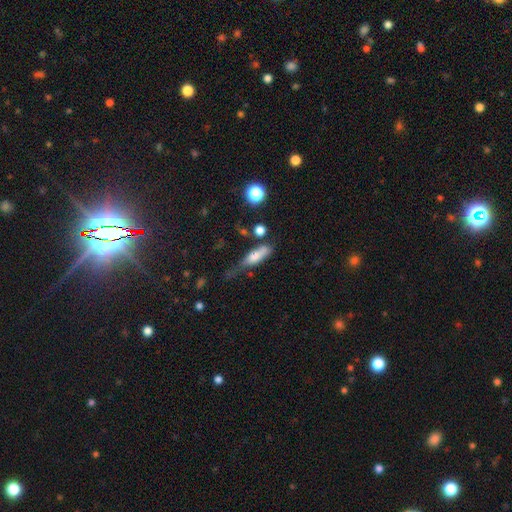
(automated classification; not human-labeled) This appears to be a smooth galaxy with no disk features (67%) that is in between round and cigar-shaped (53%). Merging: none (32%).